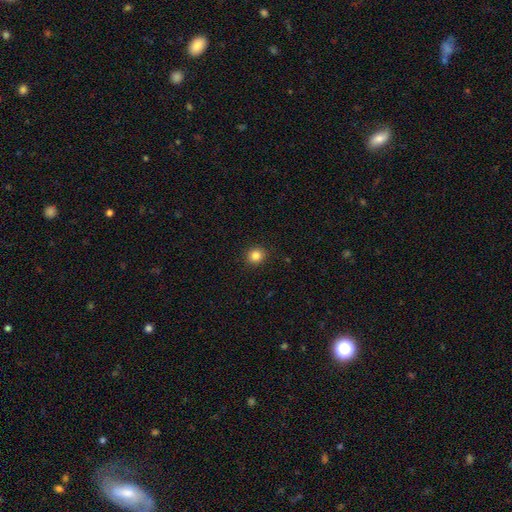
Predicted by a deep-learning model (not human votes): This is clearly a smooth galaxy (84%). How rounded: clearly round (87%). Merging: clearly none (92%).